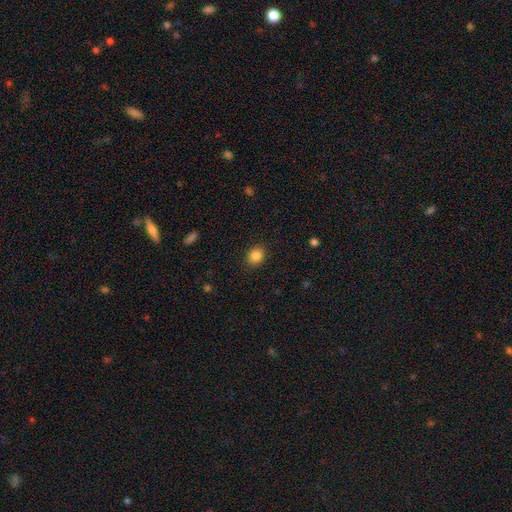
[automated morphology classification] A smooth galaxy with no disk features (86%) that is round (54%). Merging: none (89%).